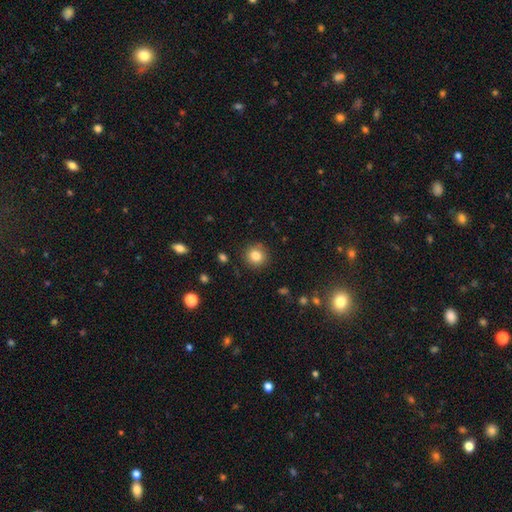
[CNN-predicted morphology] Smooth or featured?
  - smooth: 84% *
  - star or artifact: 11%
  - featured or disk: 6%
How rounded?
  - round: 91% *
  - in between: 8%
  - cigar-shaped: 1%
Merging?
  - none: 88% *
  - minor disturbance: 8%
  - major disturbance: 2%
  - merger: 2%